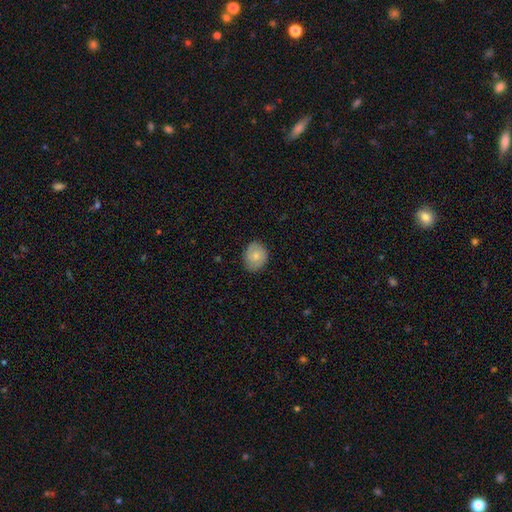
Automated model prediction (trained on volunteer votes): This is likely a smooth galaxy (70%). How rounded: likely round (60%). Merging: clearly none (81%).